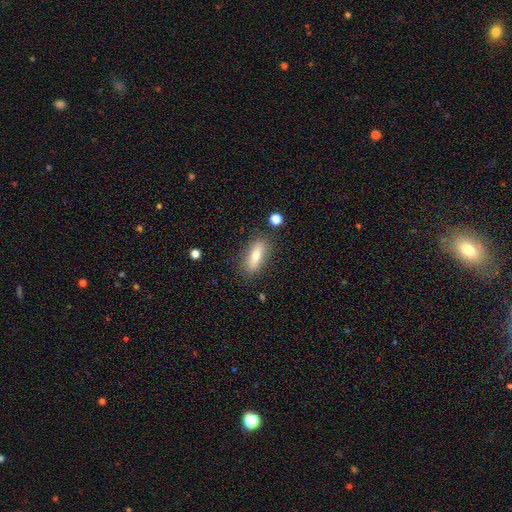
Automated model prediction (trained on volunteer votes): smooth 73%, featured or disk 20%, star or artifact 8%. Down the decision tree: how rounded — in between (64%); merging — none (83%).